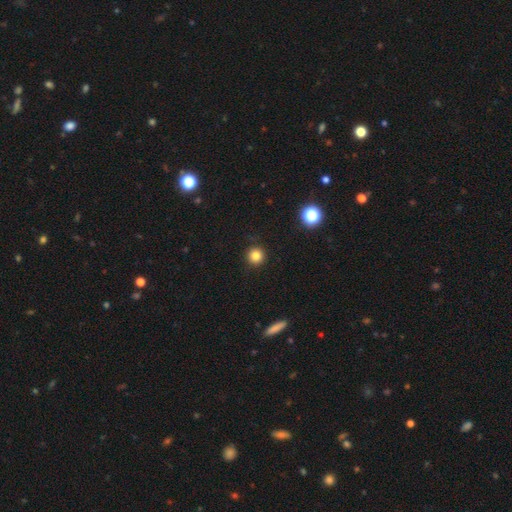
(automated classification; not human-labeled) This appears to be a smooth galaxy with no disk features (83%) that is round (95%). Merging: none (91%).